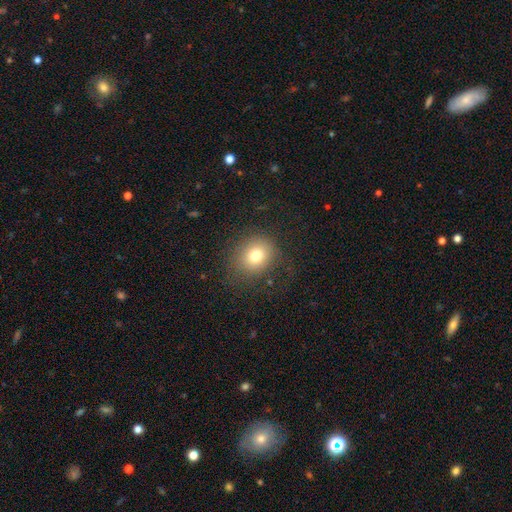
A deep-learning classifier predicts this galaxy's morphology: The model was most divided on "how rounded": round: 75%, in between: 24%, cigar-shaped: 1%. More confident: merging — none (78%); smooth or featured — smooth (75%).